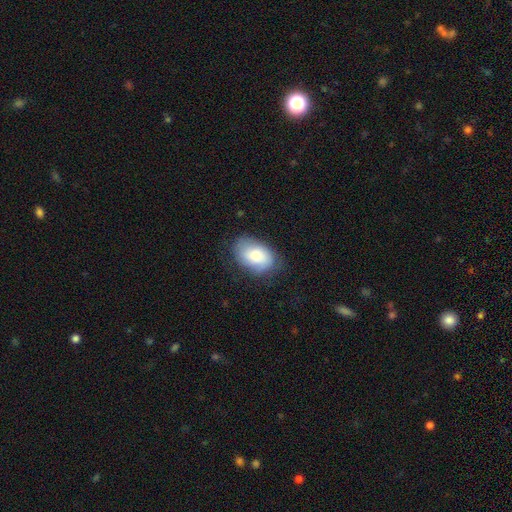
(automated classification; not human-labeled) This appears to be a smooth galaxy with no disk features (78%) that is in between round and cigar-shaped (90%). Merging: none (71%).